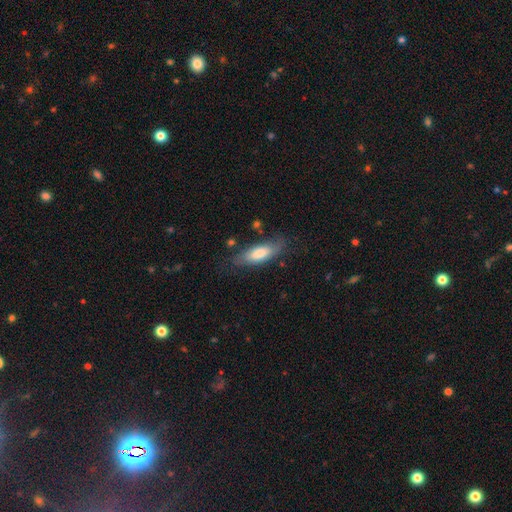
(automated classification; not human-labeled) Smooth or featured?
  - smooth: 60% *
  - featured or disk: 30%
  - star or artifact: 10%
How rounded?
  - in between: 53% *
  - cigar-shaped: 44%
  - round: 3%
Merging?
  - none: 75% *
  - minor disturbance: 18%
  - major disturbance: 5%
  - merger: 2%